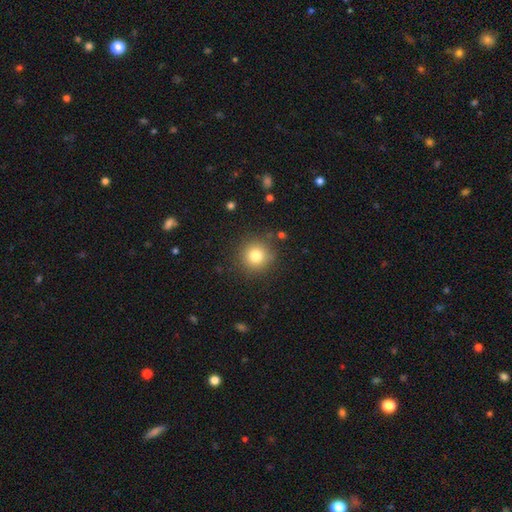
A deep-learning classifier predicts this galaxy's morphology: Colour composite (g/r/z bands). It shows a smooth galaxy with no disk features (80%) that is round (94%). Merging: none (87%).